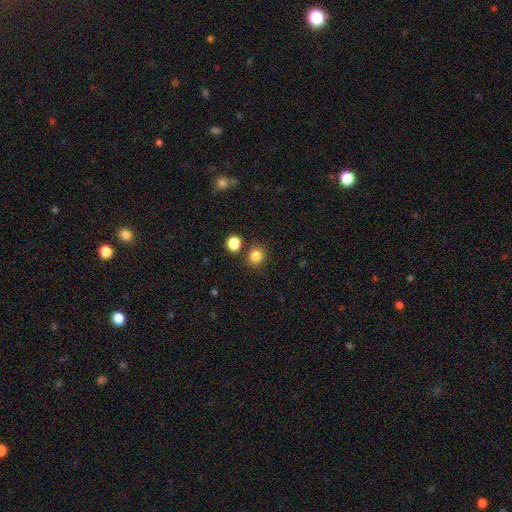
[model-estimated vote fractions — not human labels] Smooth or featured? smooth (83%)
How rounded? round (87%)
Merging? none (83%)